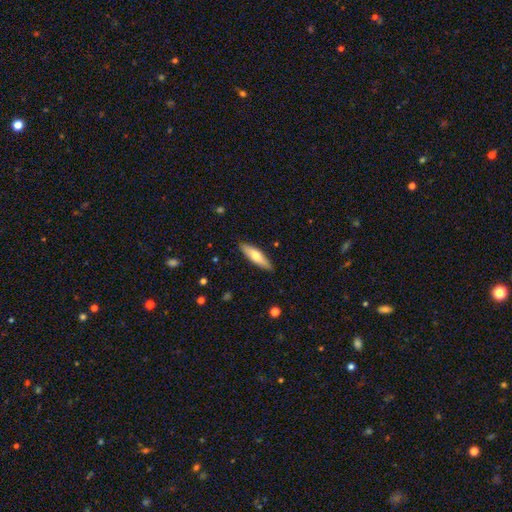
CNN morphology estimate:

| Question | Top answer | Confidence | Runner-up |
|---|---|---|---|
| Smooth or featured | smooth | 64% | featured or disk (31%) |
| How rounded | cigar-shaped | 64% | in between (34%) |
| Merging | none | 89% | minor disturbance (8%) |